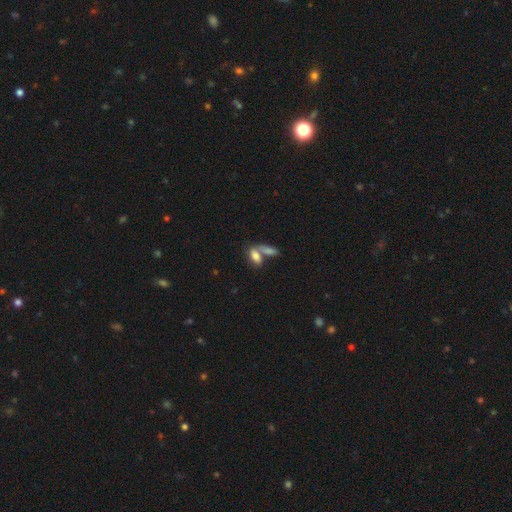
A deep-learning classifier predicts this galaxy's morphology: smooth-or-featured: smooth: 76% | featured or disk: 15% | star or artifact: 8%
  how-rounded: in between: 81% | cigar-shaped: 14% | round: 5%
  merging: merger: 56% | none: 32% | minor disturbance: 8% | major disturbance: 4%